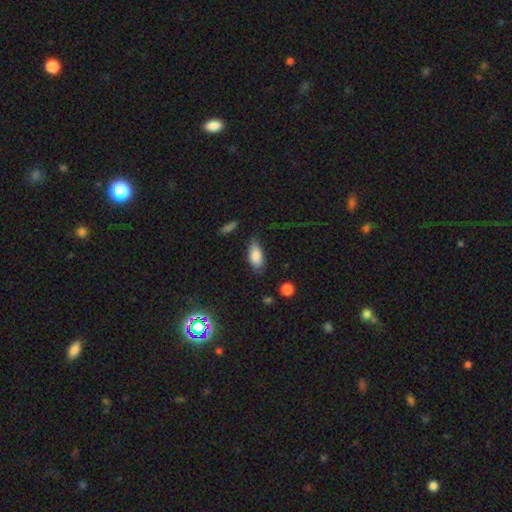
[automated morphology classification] Smooth or featured?
  - smooth: 84% *
  - featured or disk: 9%
  - star or artifact: 8%
How rounded?
  - in between: 88% *
  - cigar-shaped: 9%
  - round: 3%
Merging?
  - none: 72% *
  - minor disturbance: 21%
  - major disturbance: 5%
  - merger: 2%